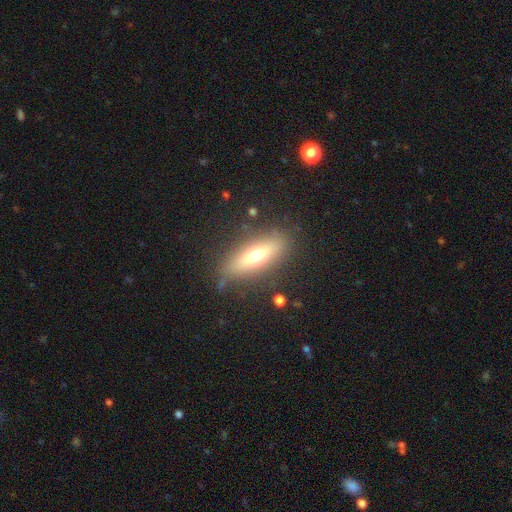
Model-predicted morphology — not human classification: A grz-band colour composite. It shows a smooth galaxy with no disk features (51%) that is in between round and cigar-shaped (51%). Merging: none (82%).